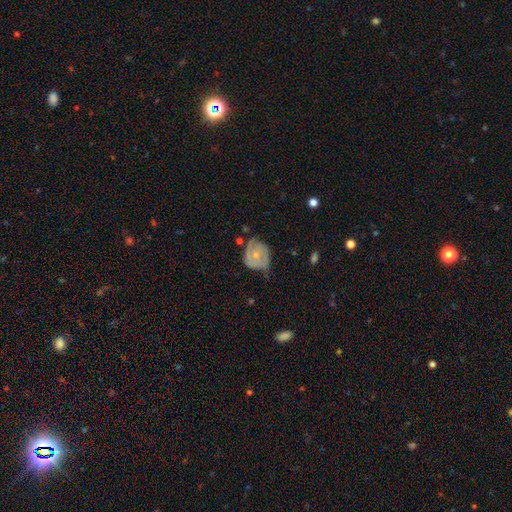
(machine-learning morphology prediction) Smooth or featured: featured or disk — 57% (smooth — 36%)
Edge-on disk: no — 97% (yes — 3%)
Bar: no — 80% (weak — 17%)
Spiral arms: yes — 73% (no — 27%)
Bulge size: small — 67% (moderate — 27%)
Merging: none — 44% (minor disturbance — 37%)